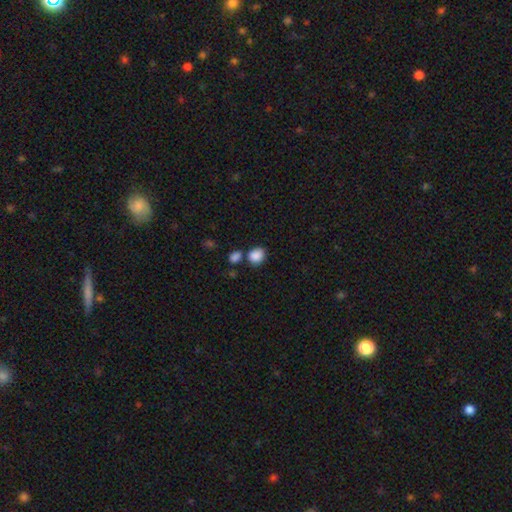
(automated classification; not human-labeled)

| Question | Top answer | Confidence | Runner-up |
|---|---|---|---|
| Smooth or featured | smooth | 87% | star or artifact (9%) |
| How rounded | round | 63% | in between (36%) |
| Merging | none | 64% | merger (19%) |